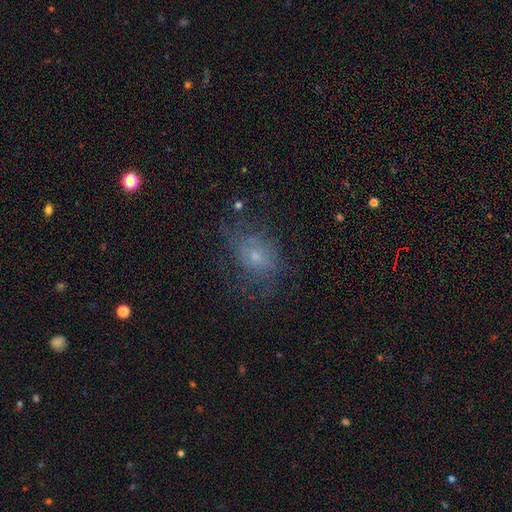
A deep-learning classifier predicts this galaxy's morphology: A featured or disk galaxy (43%). Merging: none (56%).